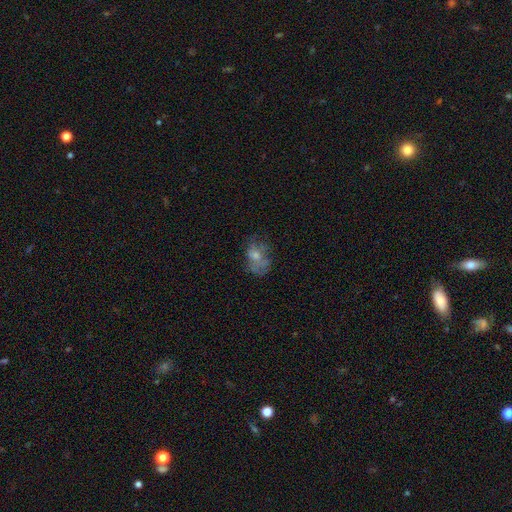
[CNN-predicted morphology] Smooth or featured? Predicted: smooth (p=0.43). Merging? Predicted: none (p=0.52).